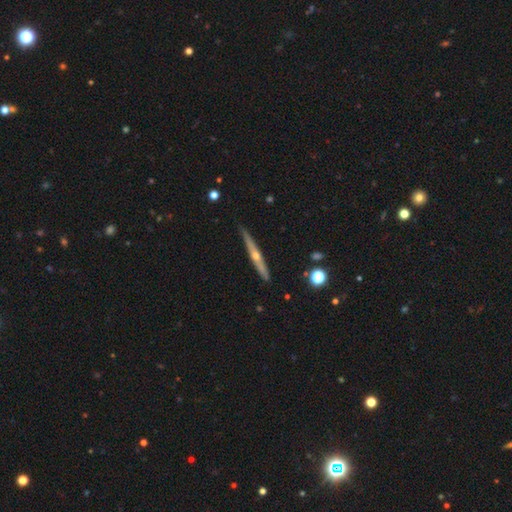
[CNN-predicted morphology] Smooth or featured: featured or disk — 71% (smooth — 23%)
Edge-on disk: yes — 97% (no — 3%)
Edge-on bulge: rounded — 85% (none — 13%)
Merging: none — 87% (minor disturbance — 10%)